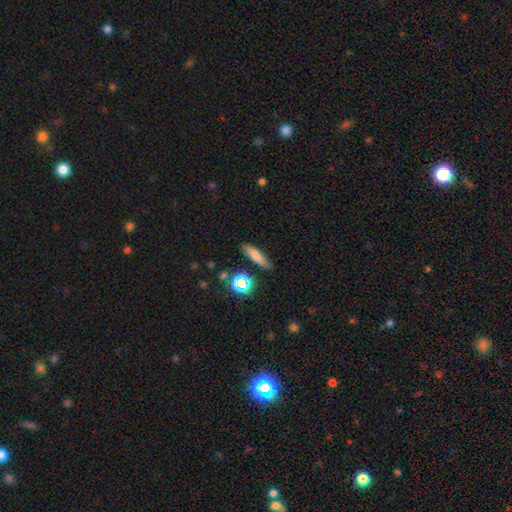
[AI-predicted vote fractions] Smooth or featured? Predicted: smooth (p=0.71). How rounded? Predicted: cigar-shaped (p=0.65). Merging? Predicted: none (p=0.79).